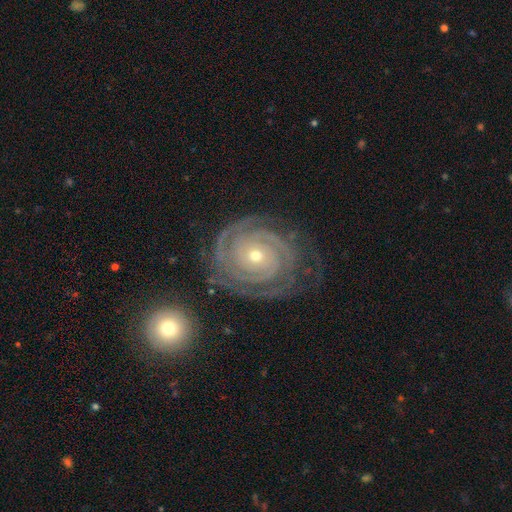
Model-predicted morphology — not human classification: Overall: featured or disk (92%). Edge-on disk: no (97%). Bar: no (77%). Spiral arms: yes (98%). Spiral arm count: 2 (37%; 3 26%). Spiral winding: tight (88%). Bulge size: small (62%; moderate 36%). Merging: none (77%).